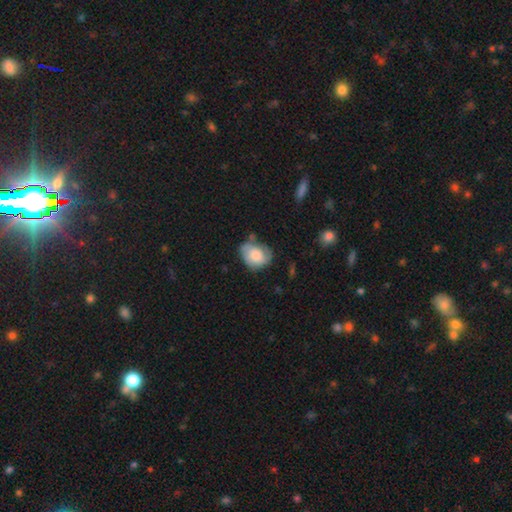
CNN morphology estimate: Smooth or featured: smooth — 65% (featured or disk — 27%)
How rounded: in between — 53% (round — 46%)
Merging: none — 48% (minor disturbance — 34%)